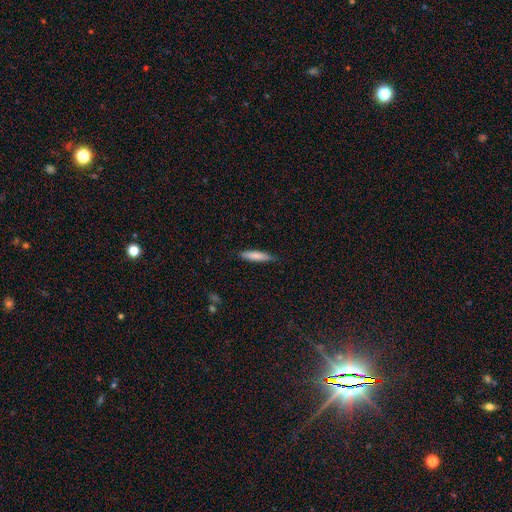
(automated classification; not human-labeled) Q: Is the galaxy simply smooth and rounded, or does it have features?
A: smooth — 79%.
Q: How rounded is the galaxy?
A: cigar-shaped — 84%.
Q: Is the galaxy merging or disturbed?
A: none — 82%.